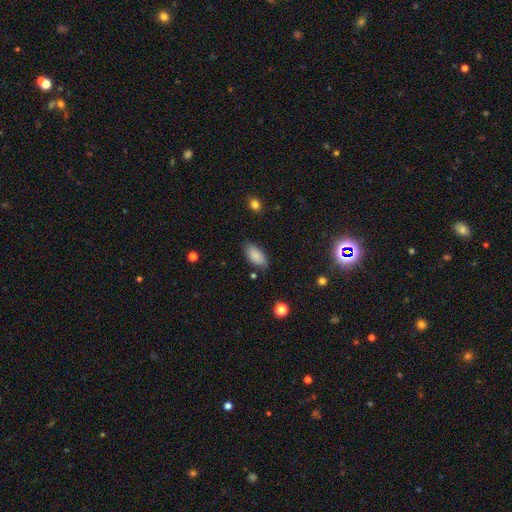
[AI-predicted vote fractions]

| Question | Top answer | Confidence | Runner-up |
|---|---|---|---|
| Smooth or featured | smooth | 84% | featured or disk (8%) |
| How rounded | in between | 92% | cigar-shaped (5%) |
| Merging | none | 74% | minor disturbance (20%) |